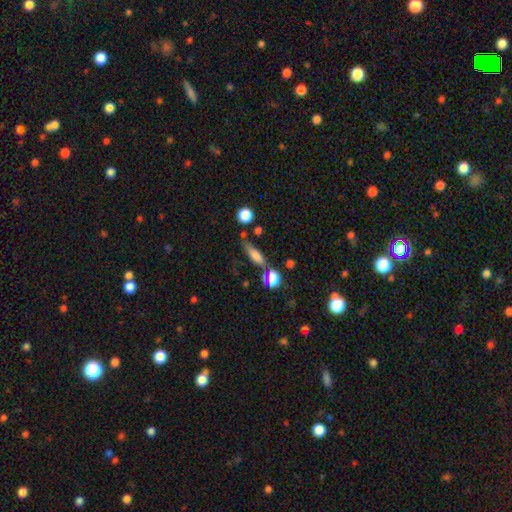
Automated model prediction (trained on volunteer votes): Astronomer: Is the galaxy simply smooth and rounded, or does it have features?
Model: smooth — 70%.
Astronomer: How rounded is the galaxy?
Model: cigar-shaped — 47%, tied with in between at 47%.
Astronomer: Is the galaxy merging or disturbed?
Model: none — 64%.